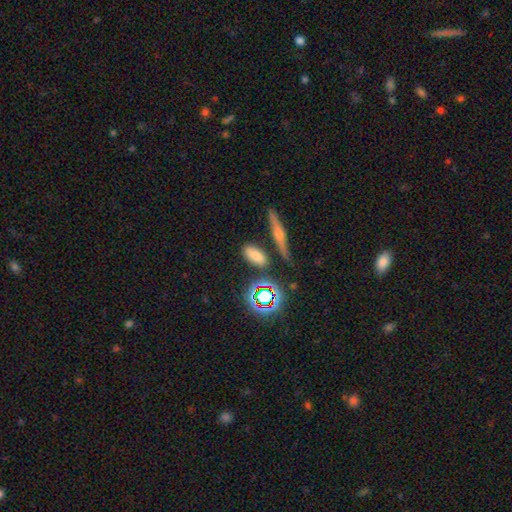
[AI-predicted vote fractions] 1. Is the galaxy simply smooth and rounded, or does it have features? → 71% smooth, 18% star or artifact, 11% featured or disk.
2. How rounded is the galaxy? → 84% in between, 9% cigar-shaped, 7% round.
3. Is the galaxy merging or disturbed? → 78% none, 12% minor disturbance, 6% merger, 4% major disturbance.